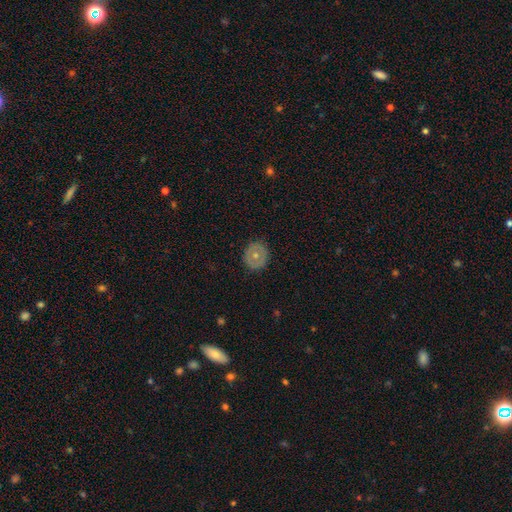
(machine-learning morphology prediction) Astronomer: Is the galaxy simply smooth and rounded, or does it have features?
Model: smooth — 54% (runner-up: featured or disk, 39%).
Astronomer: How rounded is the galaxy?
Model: round — 88%.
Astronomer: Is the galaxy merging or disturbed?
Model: none — 88%.